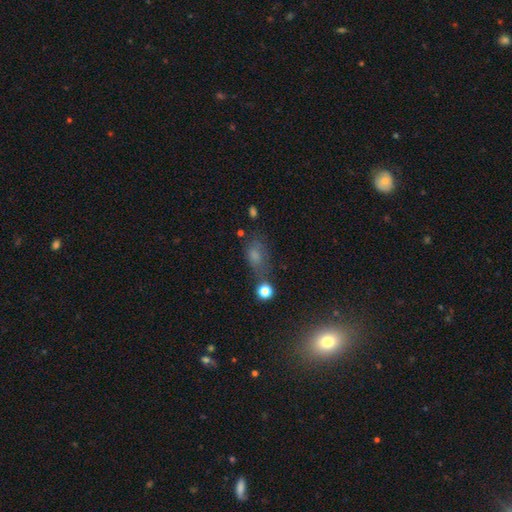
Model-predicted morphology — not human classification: A smooth galaxy with no disk features (62%) that is in between round and cigar-shaped (74%).

Vote fractions:
- Smooth or featured? smooth: 62% / star or artifact: 22% / featured or disk: 15%
- How rounded? in between: 74% / round: 20% / cigar-shaped: 6%
- Merging? none: 52% / minor disturbance: 23% / major disturbance: 15% / merger: 10%